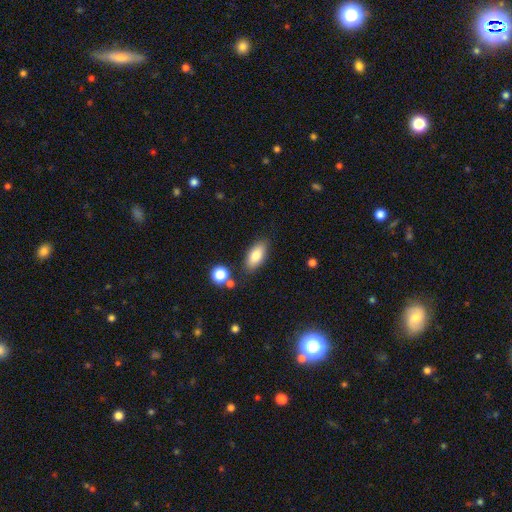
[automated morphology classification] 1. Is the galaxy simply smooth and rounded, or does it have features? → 80% smooth, 13% featured or disk, 8% star or artifact.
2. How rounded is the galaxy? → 86% in between, 10% cigar-shaped, 4% round.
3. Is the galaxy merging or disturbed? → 82% none, 11% minor disturbance, 4% merger, 3% major disturbance.